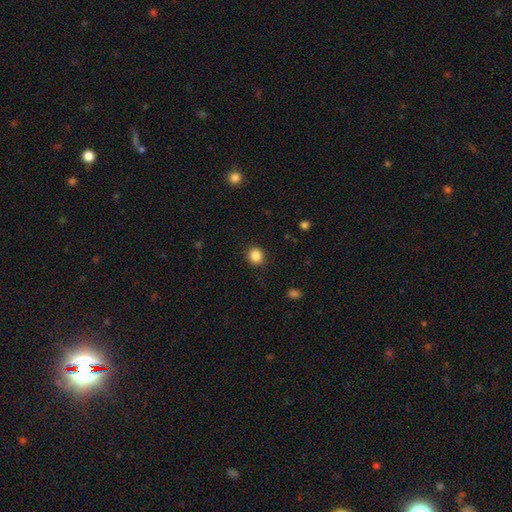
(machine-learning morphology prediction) Overall: smooth (85%). How rounded: round (88%). Merging: none (91%).